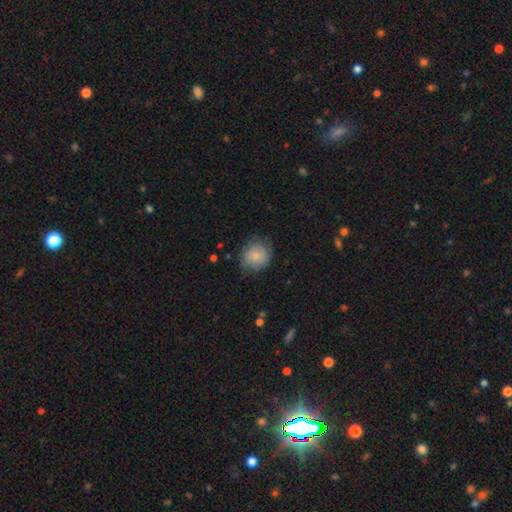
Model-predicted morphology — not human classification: This is likely a smooth galaxy (78%). How rounded: clearly round (86%). Merging: likely none (70%).